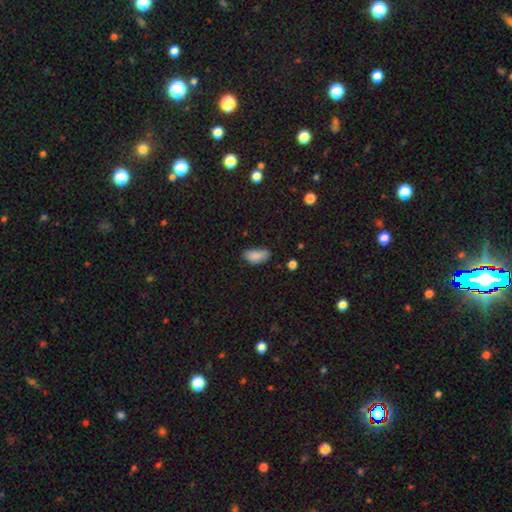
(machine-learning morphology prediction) smooth 86%, star or artifact 9%, featured or disk 5%. Down the decision tree: how rounded — in between (92%); merging — none (60%).